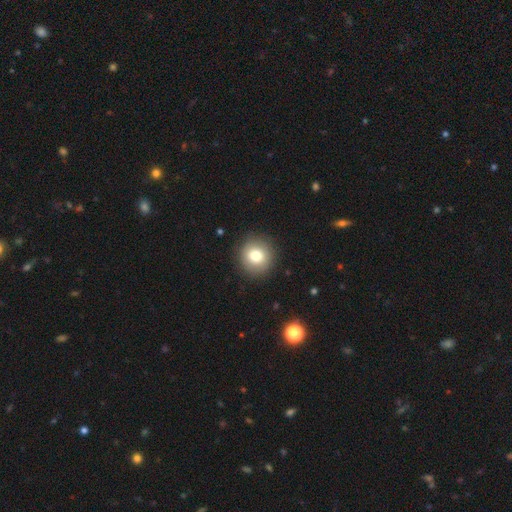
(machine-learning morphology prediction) This is likely a smooth galaxy (78%). How rounded: clearly round (93%). Merging: clearly none (90%).